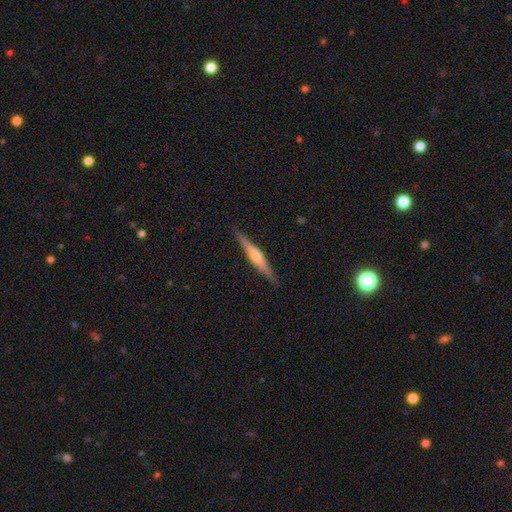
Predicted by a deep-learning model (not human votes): smooth_or_featured: featured or disk (p=0.69) [alt: smooth p=0.26]
disk_edge_on: yes (p=0.97) [alt: no p=0.03]
edge_on_bulge: rounded (p=0.76) [alt: boxy p=0.13]
merging: none (p=0.89) [alt: minor disturbance p=0.08]